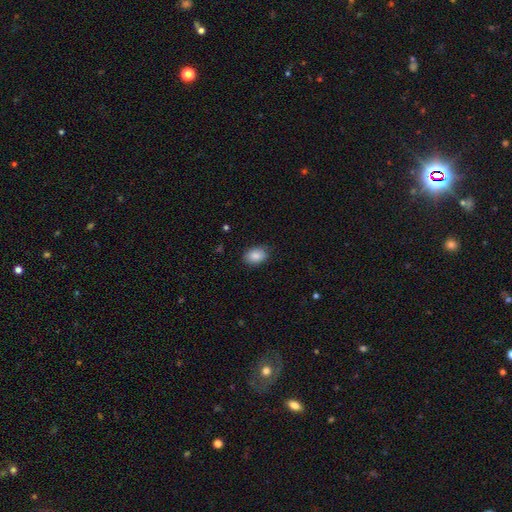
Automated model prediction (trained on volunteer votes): The model was most divided on "how rounded": in between: 81%, round: 18%, cigar-shaped: 1%. More confident: smooth or featured — smooth (86%); merging — none (81%).